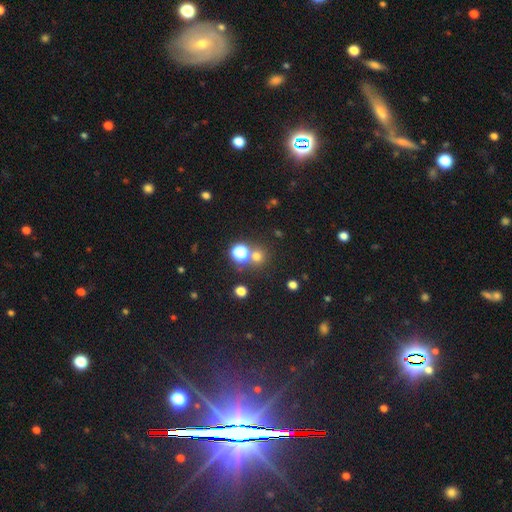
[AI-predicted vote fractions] Morphology: type=smooth (63%); roundness=round (91%); merging=none (73%).